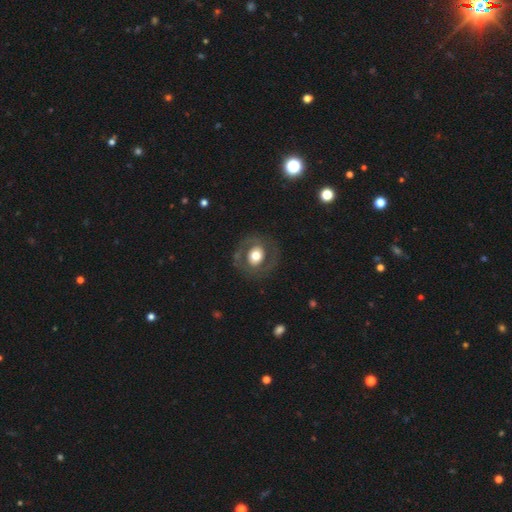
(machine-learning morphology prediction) This appears to be a featured or disk galaxy (48%). Merging: none (79%).